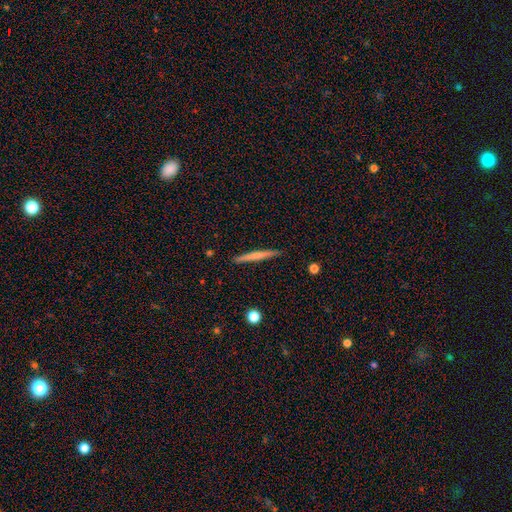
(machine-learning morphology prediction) smooth-or-featured: smooth: 57% | featured or disk: 38% | star or artifact: 6%
  how-rounded: cigar-shaped: 96% | in between: 2% | round: 1%
  merging: none: 91% | minor disturbance: 6% | major disturbance: 1% | merger: 1%